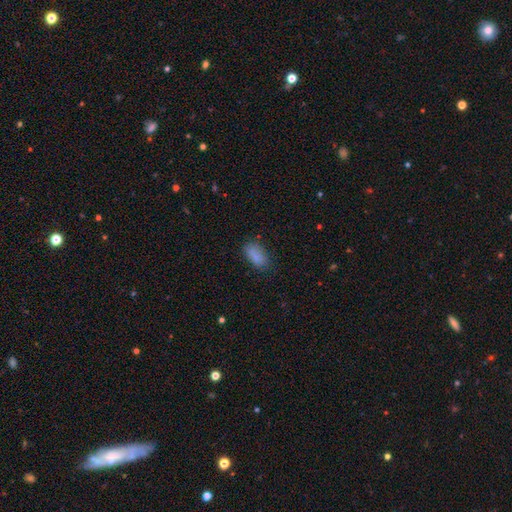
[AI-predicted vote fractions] Q: Smooth or featured?
A: smooth (84%); runner-up: star or artifact (9%)
Q: How rounded?
A: in between (90%); runner-up: cigar-shaped (5%)
Q: Merging?
A: none (73%); runner-up: minor disturbance (19%)